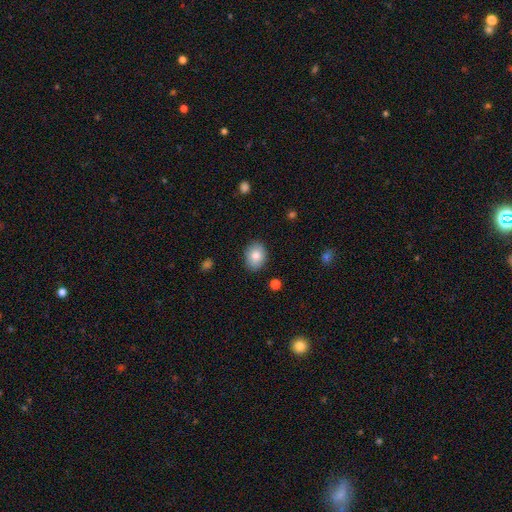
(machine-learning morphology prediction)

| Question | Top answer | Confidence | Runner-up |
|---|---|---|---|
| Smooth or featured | smooth | 83% | featured or disk (10%) |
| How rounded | in between | 63% | round (36%) |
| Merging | none | 87% | minor disturbance (10%) |